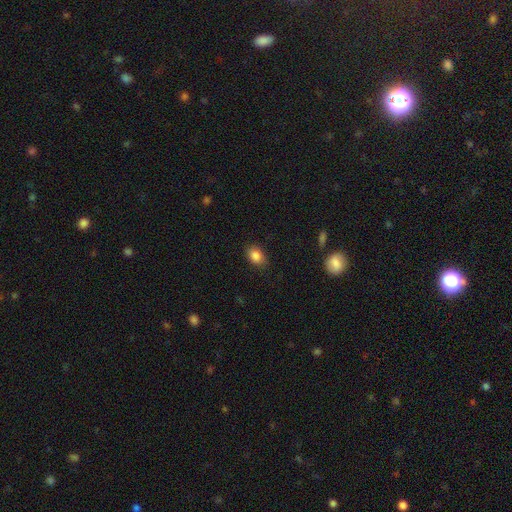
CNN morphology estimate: smooth_or_featured: smooth (p=0.86) [alt: star or artifact p=0.09]
how_rounded: in between (p=0.77) [alt: round p=0.21]
merging: none (p=0.82) [alt: minor disturbance p=0.14]